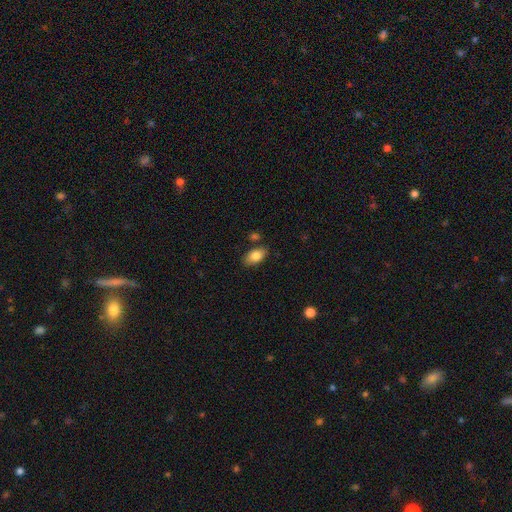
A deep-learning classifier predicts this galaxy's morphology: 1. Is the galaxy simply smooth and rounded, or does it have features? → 84% smooth, 9% featured or disk, 7% star or artifact.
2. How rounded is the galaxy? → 92% in between, 6% round, 2% cigar-shaped.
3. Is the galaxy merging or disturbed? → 79% none, 13% minor disturbance, 5% merger, 3% major disturbance.